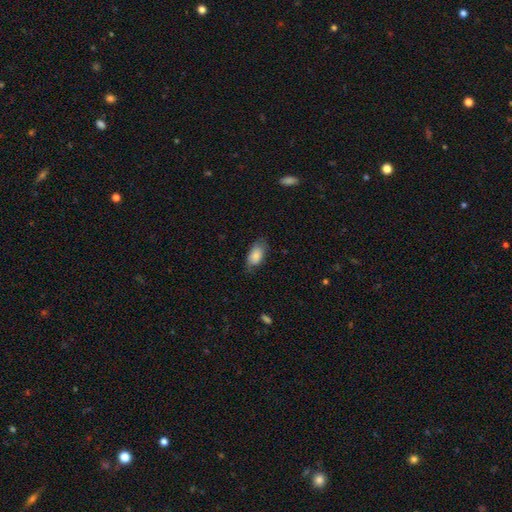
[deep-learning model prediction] Overall: smooth (82%). How rounded: in between (91%). Merging: none (69%).